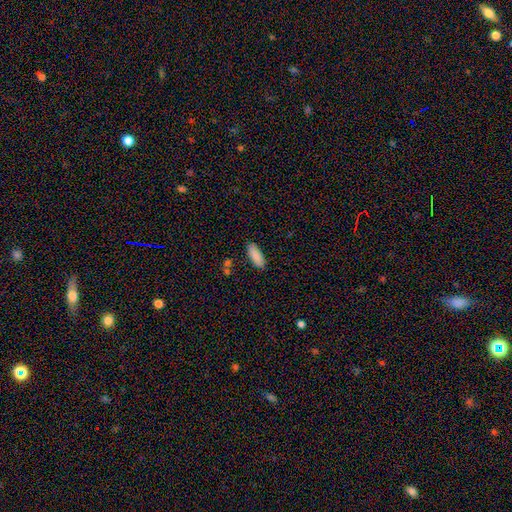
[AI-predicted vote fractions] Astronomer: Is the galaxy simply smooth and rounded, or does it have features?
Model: smooth — 88%.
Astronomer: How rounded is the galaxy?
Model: in between — 76%.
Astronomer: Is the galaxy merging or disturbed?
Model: none — 85%.